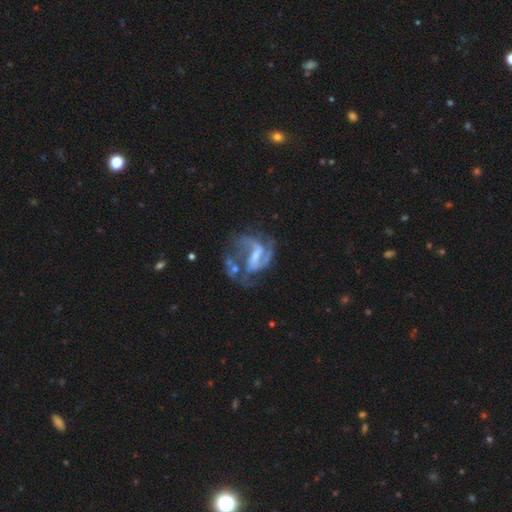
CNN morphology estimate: This appears to be a featured or disk galaxy (86%) with a weak bar (48%), 2 (62%) medium (53%) spiral arms (93%) and a small central bulge (43%). Merging: none (37%).